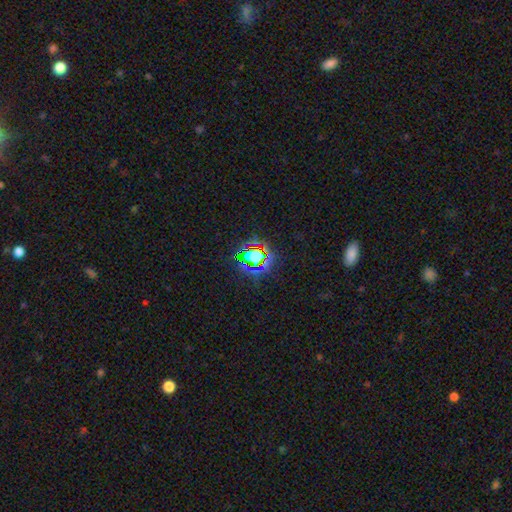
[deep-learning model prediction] A star or artifact, not a galaxy (62%).

Vote fractions:
- Smooth or featured? star or artifact: 62% / smooth: 26% / featured or disk: 12%